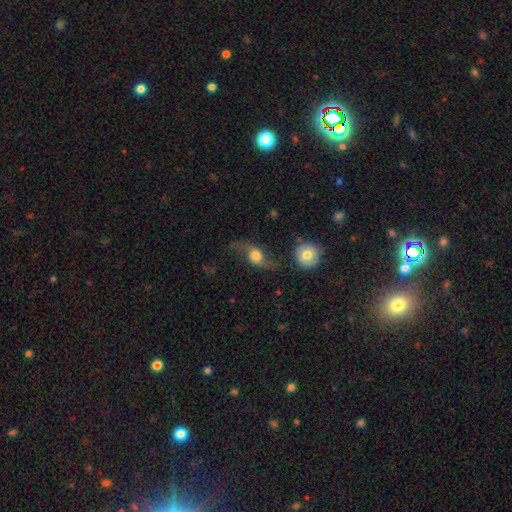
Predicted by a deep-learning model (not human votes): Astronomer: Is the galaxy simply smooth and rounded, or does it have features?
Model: featured or disk — 59%.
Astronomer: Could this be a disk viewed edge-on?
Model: no — 87%.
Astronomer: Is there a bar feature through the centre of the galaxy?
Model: no — 69%.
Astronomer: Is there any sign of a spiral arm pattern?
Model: yes — 85%.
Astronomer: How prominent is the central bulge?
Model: moderate — 54%.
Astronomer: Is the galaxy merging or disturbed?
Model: none — 53%.